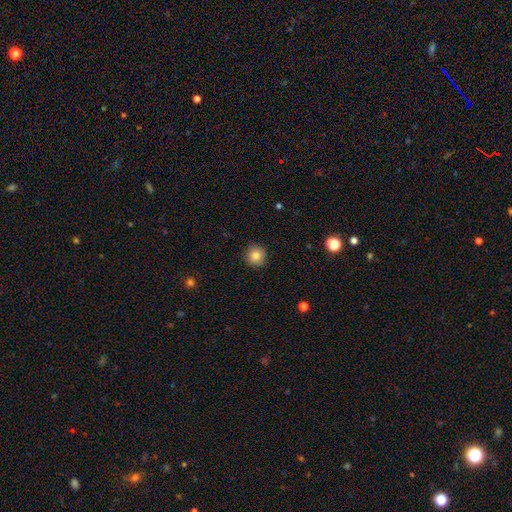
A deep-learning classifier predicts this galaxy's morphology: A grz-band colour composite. It shows a smooth galaxy with no disk features (83%) that is round (92%). Merging: none (89%).